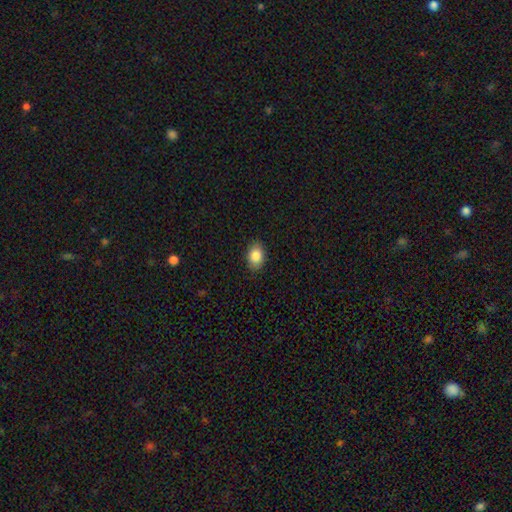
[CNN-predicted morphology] Smooth or featured?
  - smooth: 86% *
  - star or artifact: 8%
  - featured or disk: 7%
How rounded?
  - in between: 82% *
  - round: 17%
  - cigar-shaped: 1%
Merging?
  - none: 88% *
  - minor disturbance: 9%
  - major disturbance: 2%
  - merger: 1%